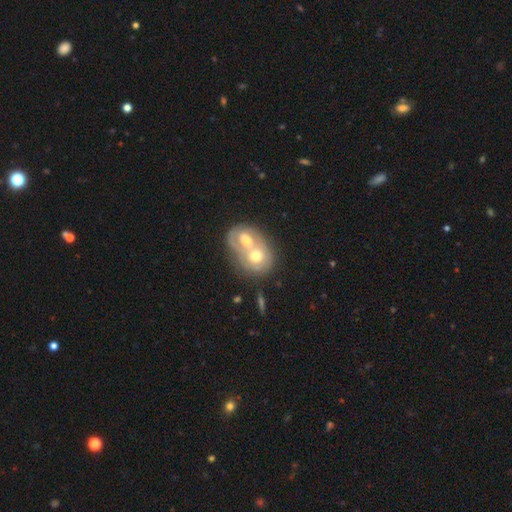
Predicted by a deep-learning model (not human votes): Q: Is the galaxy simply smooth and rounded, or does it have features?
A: featured or disk — 48%.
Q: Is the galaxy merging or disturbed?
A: merger — 78%.